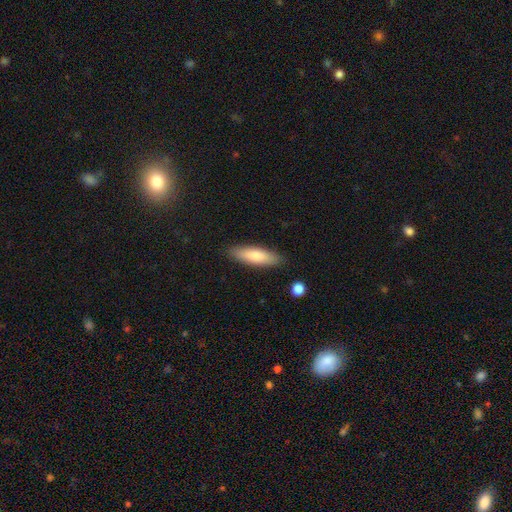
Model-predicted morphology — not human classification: smooth_or_featured: smooth (p=0.78) [alt: featured or disk p=0.16]
how_rounded: cigar-shaped (p=0.57) [alt: in between p=0.41]
merging: none (p=0.86) [alt: minor disturbance p=0.10]